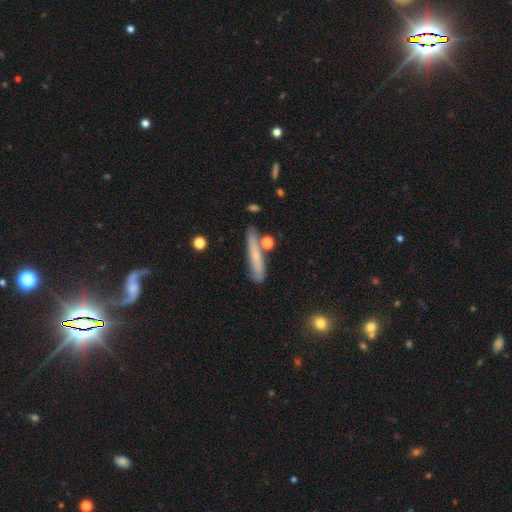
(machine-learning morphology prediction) type=smooth (60%); roundness=cigar-shaped (87%); merging=none (71%).